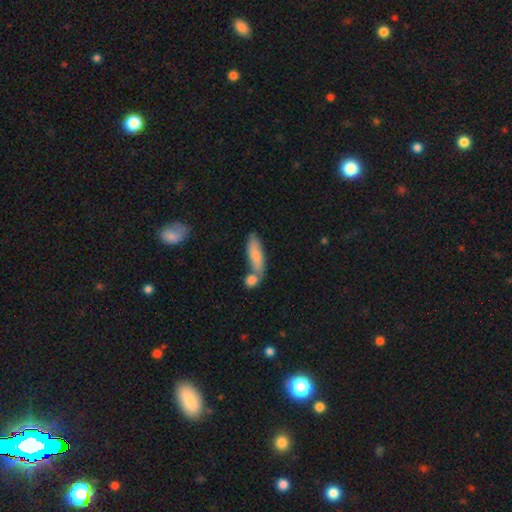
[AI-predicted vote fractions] smooth 74%, featured or disk 20%, star or artifact 6%. Down the decision tree: how rounded — in between (54%); merging — none (45%).